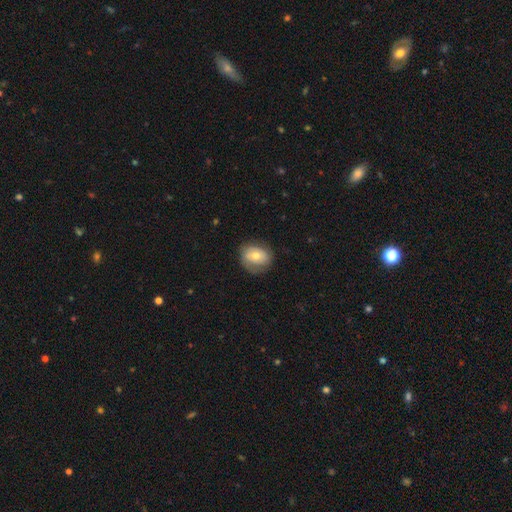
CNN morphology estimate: Q: Smooth or featured?
A: smooth (57%); runner-up: featured or disk (36%)
Q: How rounded?
A: round (52%); runner-up: in between (47%)
Q: Merging?
A: none (70%); runner-up: minor disturbance (21%)